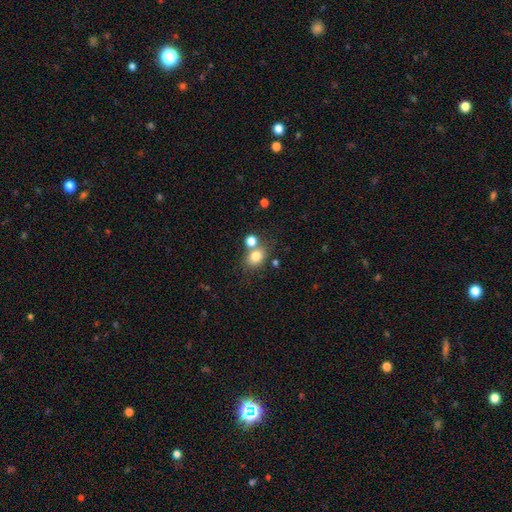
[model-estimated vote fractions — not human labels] Morphology: type=smooth (79%); roundness=round (58%); merging=none (58%).